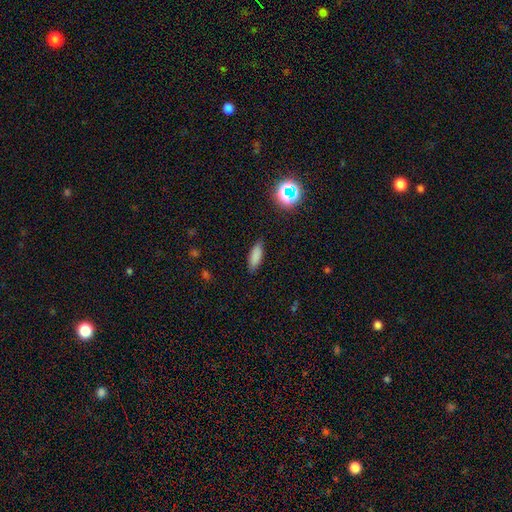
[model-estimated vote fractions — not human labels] smooth 83%, star or artifact 10%, featured or disk 7%. Down the decision tree: how rounded — in between (63%); merging — none (85%).